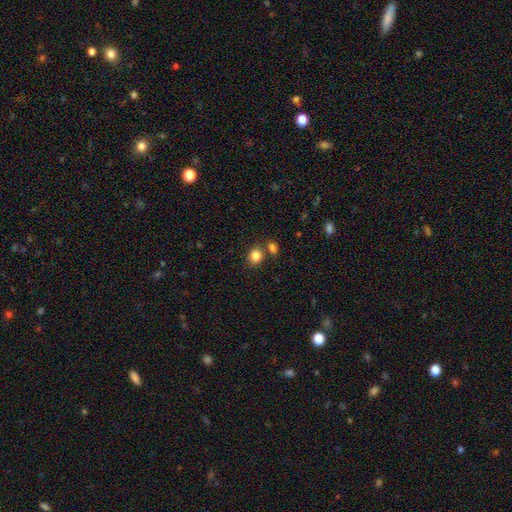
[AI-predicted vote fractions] A smooth galaxy with no disk features (84%) that is round (70%).

Vote fractions:
- Smooth or featured? smooth: 84% / star or artifact: 11% / featured or disk: 5%
- How rounded? round: 70% / in between: 30% / cigar-shaped: 1%
- Merging? none: 69% / merger: 19% / minor disturbance: 9% / major disturbance: 3%